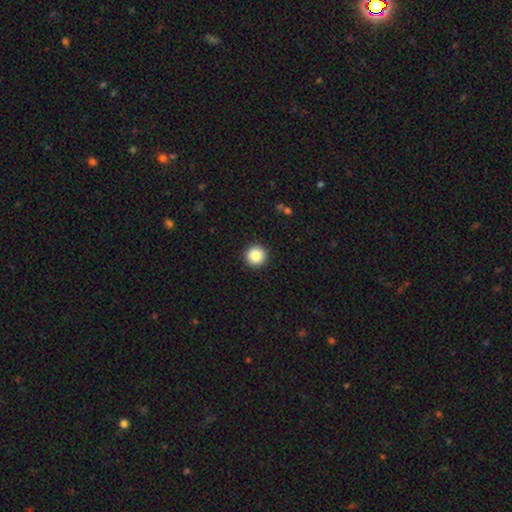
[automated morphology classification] Smooth or featured?
  - smooth: 88% *
  - star or artifact: 9%
  - featured or disk: 3%
How rounded?
  - round: 96% *
  - in between: 3%
  - cigar-shaped: 1%
Merging?
  - none: 93% *
  - minor disturbance: 4%
  - major disturbance: 2%
  - merger: 1%